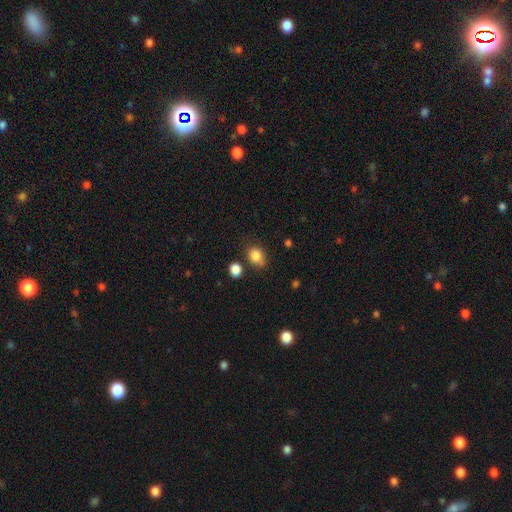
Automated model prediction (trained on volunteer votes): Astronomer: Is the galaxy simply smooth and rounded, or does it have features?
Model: smooth — 84%.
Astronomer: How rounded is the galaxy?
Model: in between — 51% (runner-up: round, 48%).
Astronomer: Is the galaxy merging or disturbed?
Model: none — 64%.